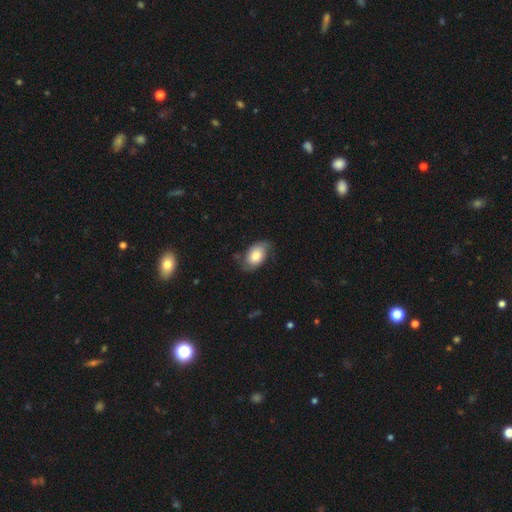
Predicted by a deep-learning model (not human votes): Smooth or featured? Predicted: smooth (p=0.59). How rounded? Predicted: in between (p=0.87). Merging? Predicted: none (p=0.62).